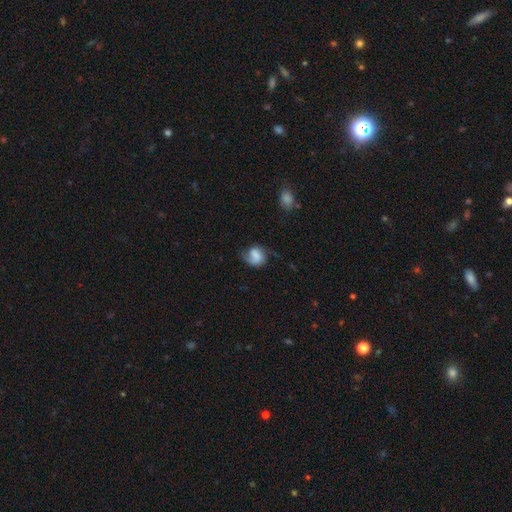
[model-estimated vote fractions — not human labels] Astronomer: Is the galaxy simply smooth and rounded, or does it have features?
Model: smooth — 53% (runner-up: featured or disk, 37%).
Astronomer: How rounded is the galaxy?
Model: round — 54% (runner-up: in between, 45%).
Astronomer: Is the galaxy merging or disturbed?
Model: none — 50% (runner-up: minor disturbance, 30%).